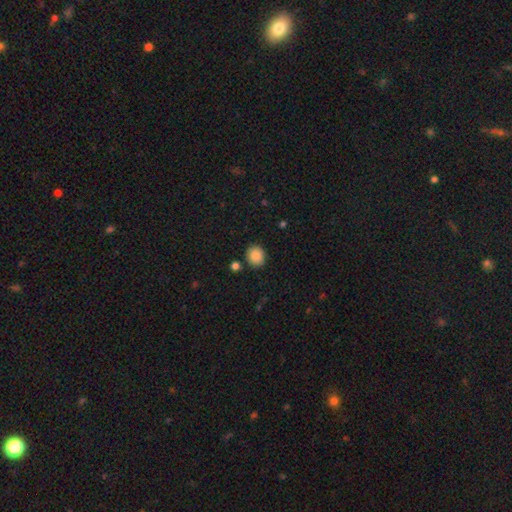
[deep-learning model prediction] Smooth or featured? Predicted: smooth (p=0.86). How rounded? Predicted: round (p=0.81). Merging? Predicted: none (p=0.87).